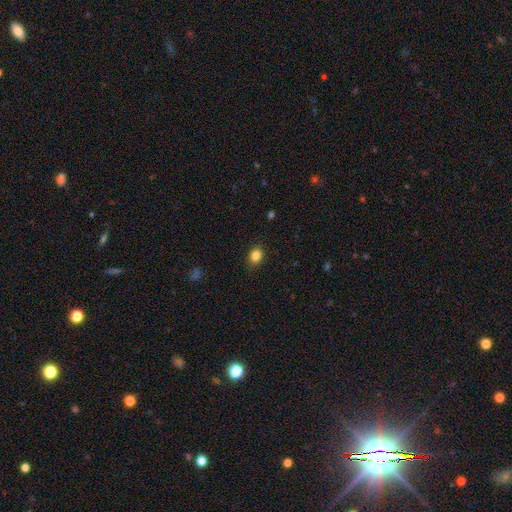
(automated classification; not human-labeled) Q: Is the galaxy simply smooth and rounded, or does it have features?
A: smooth — 85%.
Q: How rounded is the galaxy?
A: in between — 55%.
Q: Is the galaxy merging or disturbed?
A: none — 87%.